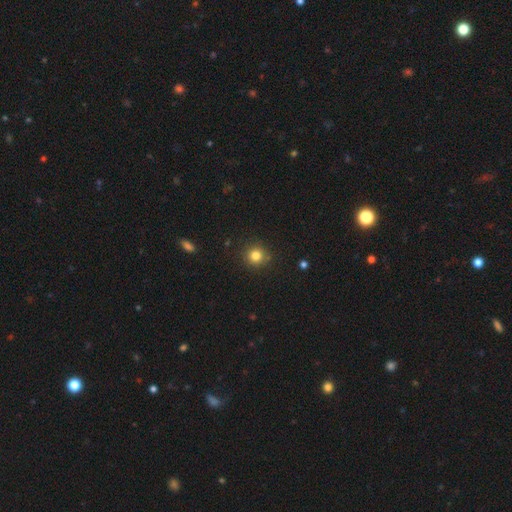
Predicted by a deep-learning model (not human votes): This is clearly a smooth galaxy (82%). How rounded: clearly round (92%). Merging: clearly none (87%).